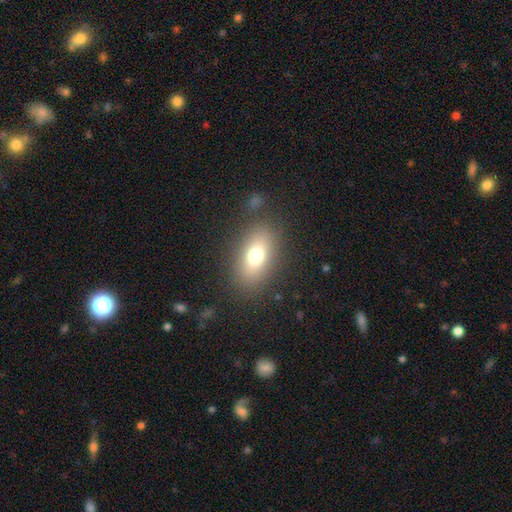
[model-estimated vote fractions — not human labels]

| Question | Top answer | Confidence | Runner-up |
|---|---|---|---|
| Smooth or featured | smooth | 73% | featured or disk (16%) |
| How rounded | in between | 82% | round (14%) |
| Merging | none | 83% | minor disturbance (10%) |